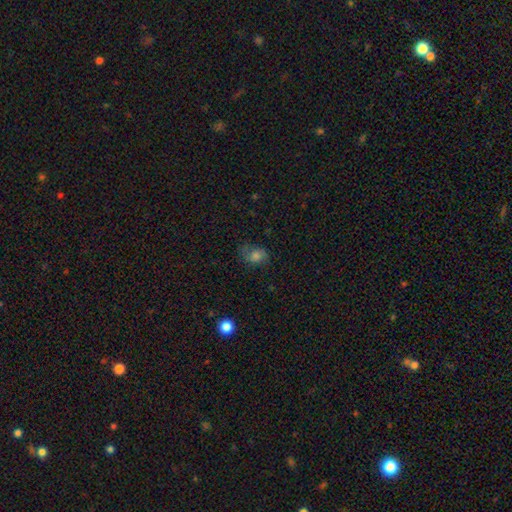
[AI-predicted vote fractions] Smooth or featured?
  - smooth: 61% *
  - featured or disk: 25%
  - star or artifact: 13%
How rounded?
  - in between: 57% *
  - round: 41%
  - cigar-shaped: 1%
Merging?
  - none: 59% *
  - minor disturbance: 26%
  - major disturbance: 14%
  - merger: 2%